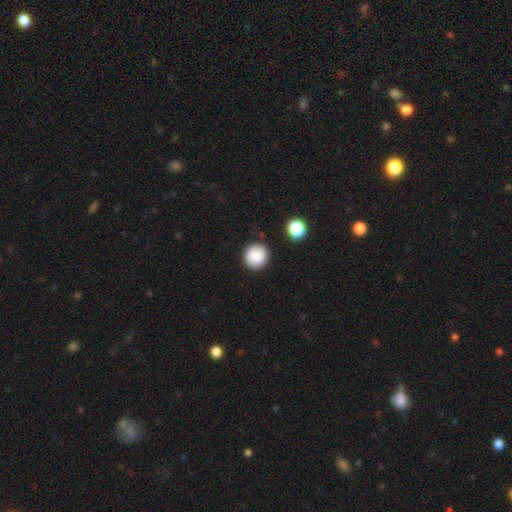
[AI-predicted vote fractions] smooth 84%, star or artifact 9%, featured or disk 7%. Down the decision tree: how rounded — round (94%); merging — none (88%).